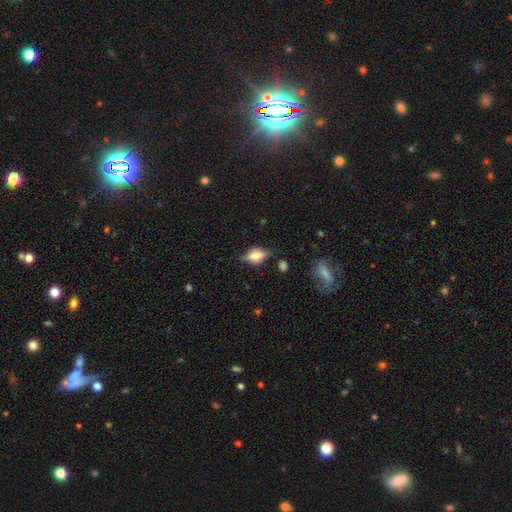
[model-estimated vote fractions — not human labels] Smooth or featured: featured or disk — 50% (smooth — 40%)
Merging: none — 70% (minor disturbance — 20%)